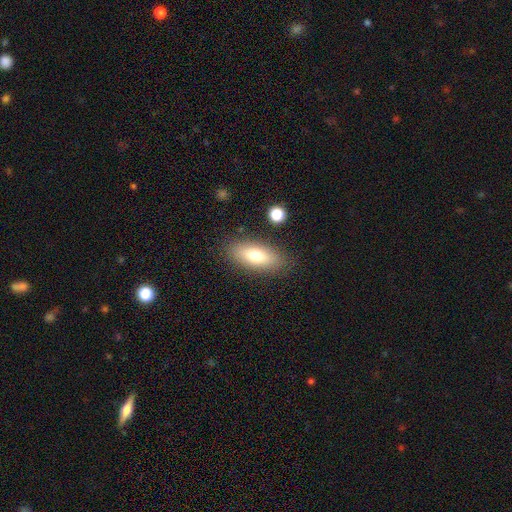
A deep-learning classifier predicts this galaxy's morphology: Smooth or featured? Predicted: smooth (p=0.71). How rounded? Predicted: in between (p=0.80). Merging? Predicted: none (p=0.85).